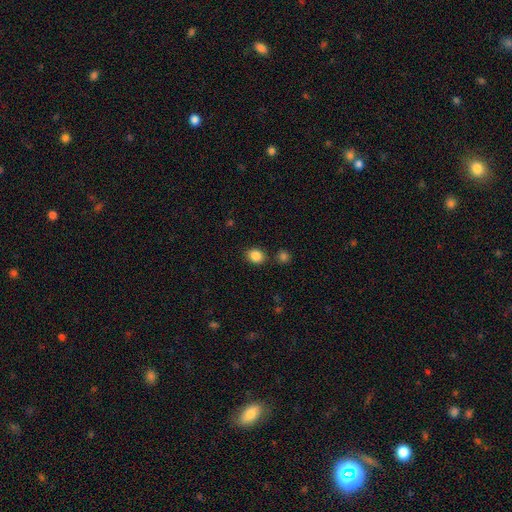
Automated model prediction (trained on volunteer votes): The model was most divided on "how rounded": round: 63%, in between: 36%, cigar-shaped: 1%. More confident: smooth or featured — smooth (86%); merging — none (81%).